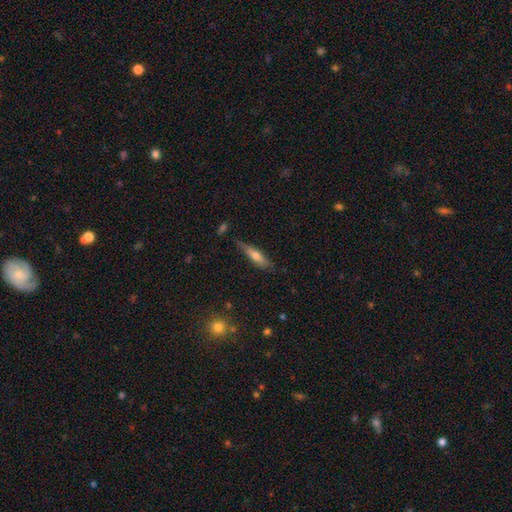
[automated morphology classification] Overall: smooth (54%; featured or disk 39%). How rounded: cigar-shaped (76%). Merging: none (72%).